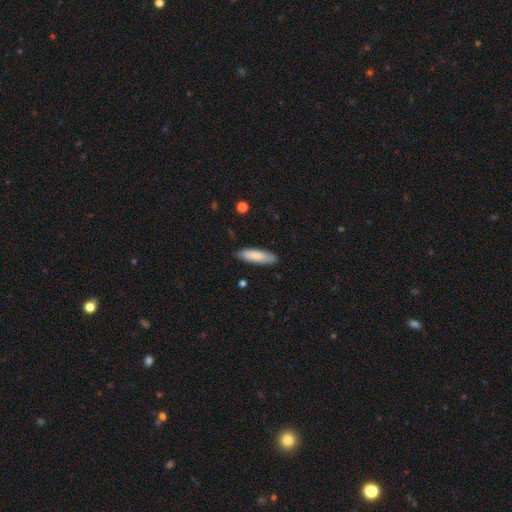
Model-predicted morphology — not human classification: This appears to be a smooth galaxy with no disk features (82%) that is cigar-shaped (61%). Merging: none (86%).